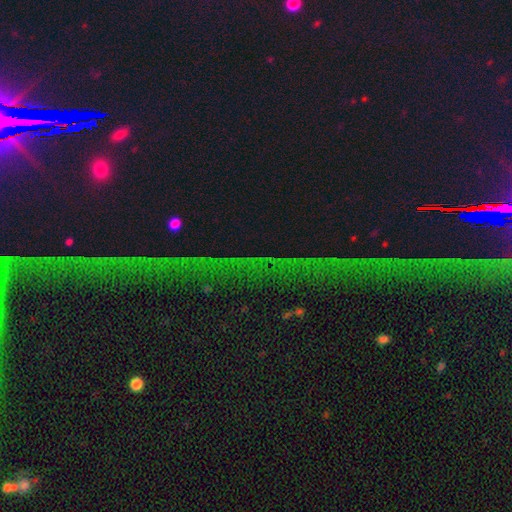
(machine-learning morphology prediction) Smooth or featured? Predicted: star or artifact (p=0.82).